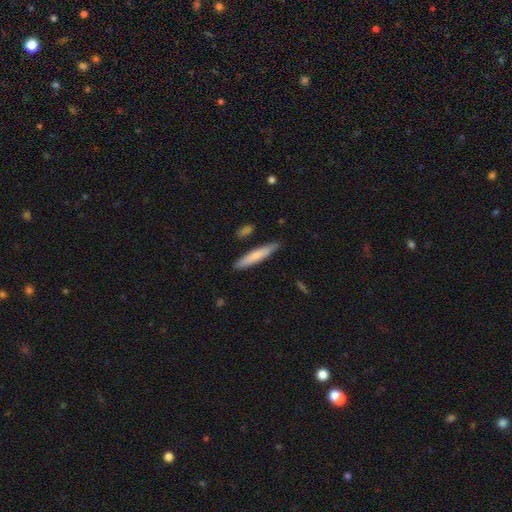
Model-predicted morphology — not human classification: Q: Smooth or featured?
A: smooth (73%); runner-up: featured or disk (22%)
Q: How rounded?
A: cigar-shaped (92%); runner-up: in between (7%)
Q: Merging?
A: none (86%); runner-up: minor disturbance (10%)